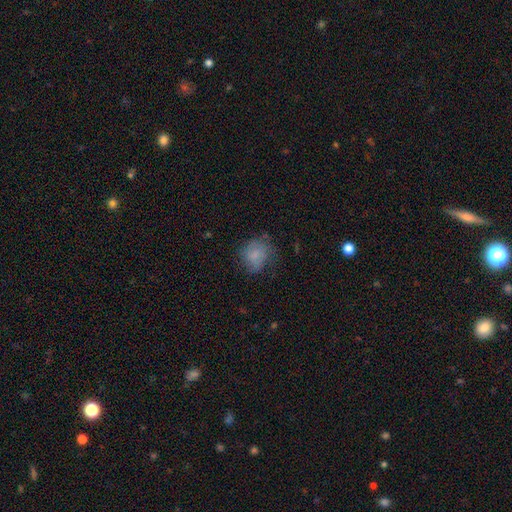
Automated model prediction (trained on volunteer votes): Q: Smooth or featured?
A: smooth (69%); runner-up: featured or disk (20%)
Q: How rounded?
A: round (68%); runner-up: in between (32%)
Q: Merging?
A: none (56%); runner-up: minor disturbance (27%)